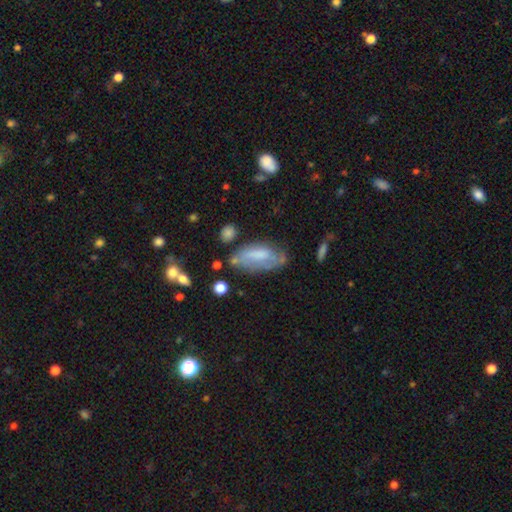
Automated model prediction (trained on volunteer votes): A smooth galaxy with no disk features (54%) that is in between round and cigar-shaped (83%). Merging: none (46%).